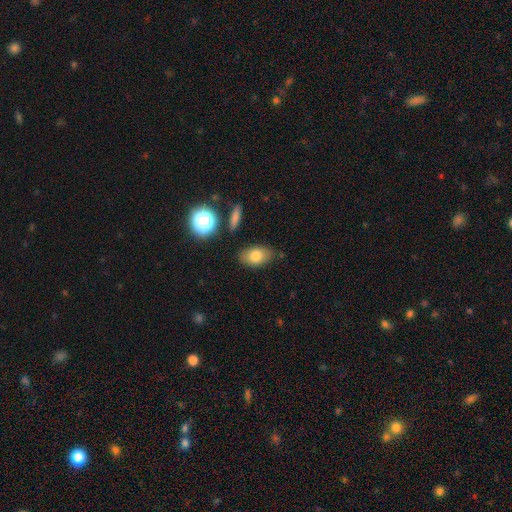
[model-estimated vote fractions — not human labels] A smooth galaxy with no disk features (79%) that is in between round and cigar-shaped (88%). Merging: none (80%).